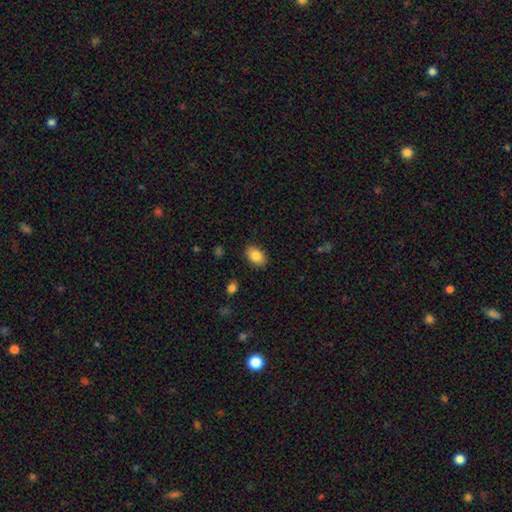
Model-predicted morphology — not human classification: This is clearly a smooth galaxy (85%). How rounded: clearly in between (89%). Merging: clearly none (88%).